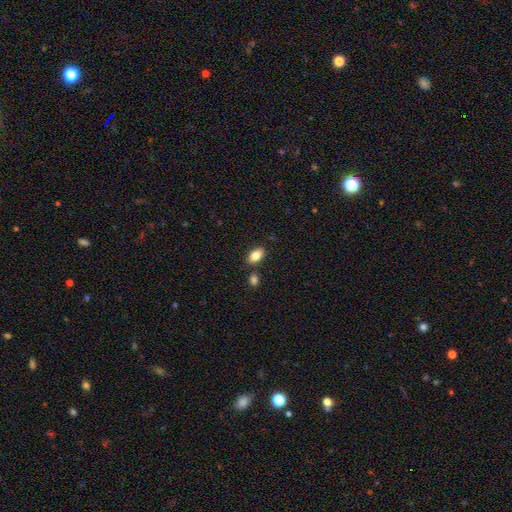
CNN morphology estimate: A smooth galaxy with no disk features (84%) that is in between round and cigar-shaped (90%).

Vote fractions:
- Smooth or featured? smooth: 84% / featured or disk: 8% / star or artifact: 8%
- How rounded? in between: 90% / round: 7% / cigar-shaped: 3%
- Merging? none: 78% / minor disturbance: 11% / merger: 9% / major disturbance: 2%